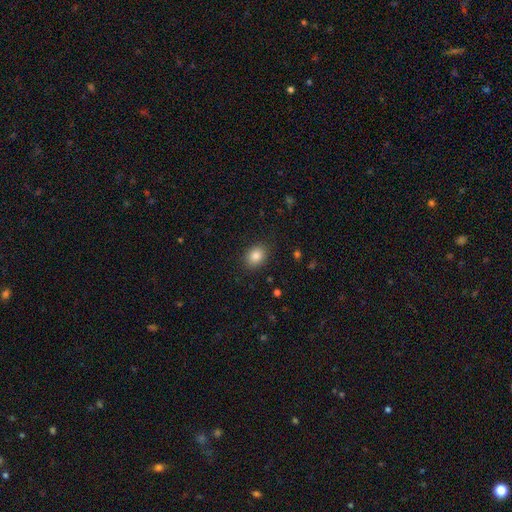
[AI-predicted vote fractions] smooth 85%, star or artifact 9%, featured or disk 6%. Down the decision tree: how rounded — in between (63%); merging — none (87%).